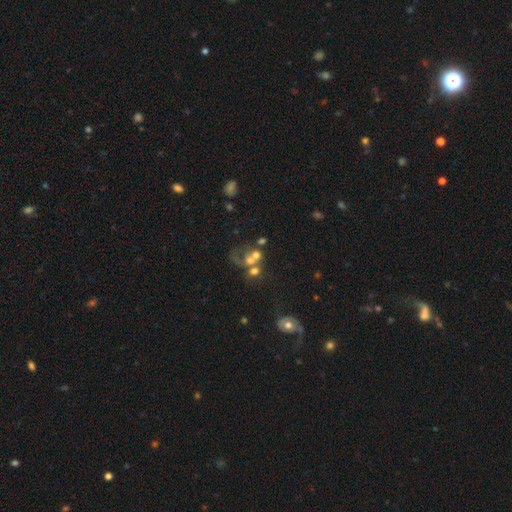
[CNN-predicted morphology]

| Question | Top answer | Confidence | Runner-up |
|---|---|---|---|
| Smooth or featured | smooth | 42% | featured or disk (39%) |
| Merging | merger | 56% | none (20%) |